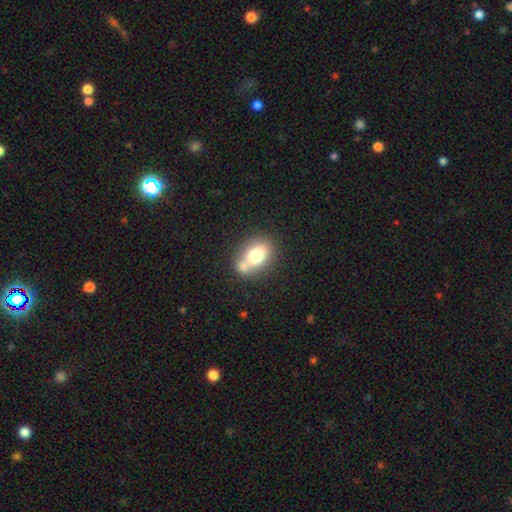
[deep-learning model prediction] Smooth or featured: smooth — 71% (featured or disk — 19%)
How rounded: in between — 63% (round — 36%)
Merging: none — 47% (merger — 36%)